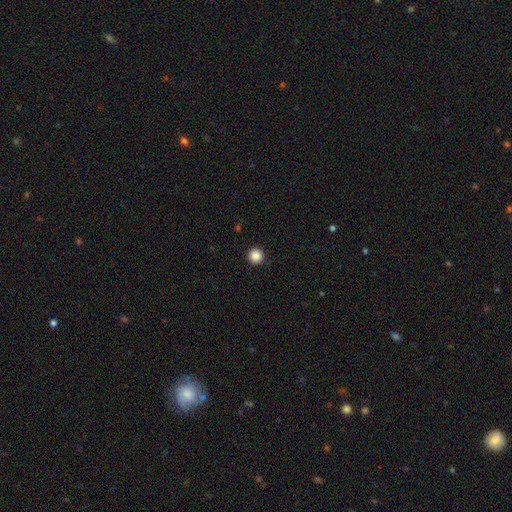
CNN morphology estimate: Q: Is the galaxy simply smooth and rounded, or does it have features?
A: smooth — 87%.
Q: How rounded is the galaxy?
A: round — 96%.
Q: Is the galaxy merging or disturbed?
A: none — 93%.